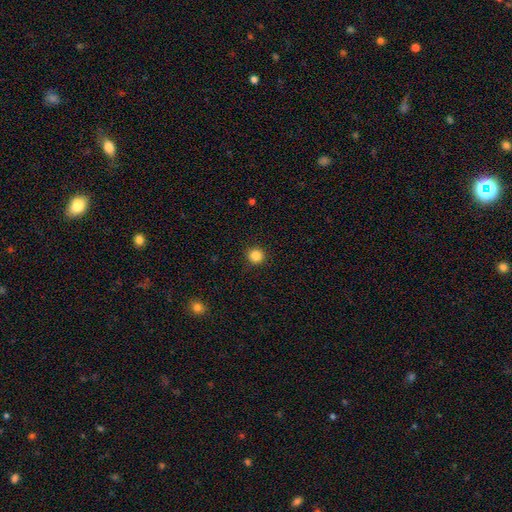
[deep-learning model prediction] This appears to be a smooth galaxy with no disk features (85%) that is round (94%). Merging: none (92%).